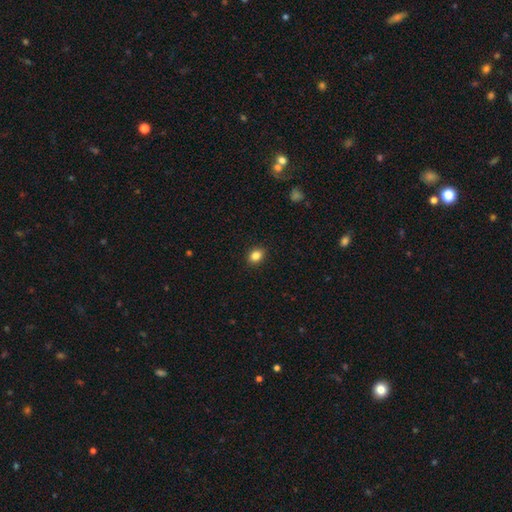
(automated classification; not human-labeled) smooth 84%, star or artifact 10%, featured or disk 5%. Down the decision tree: how rounded — in between (54%); merging — none (90%).